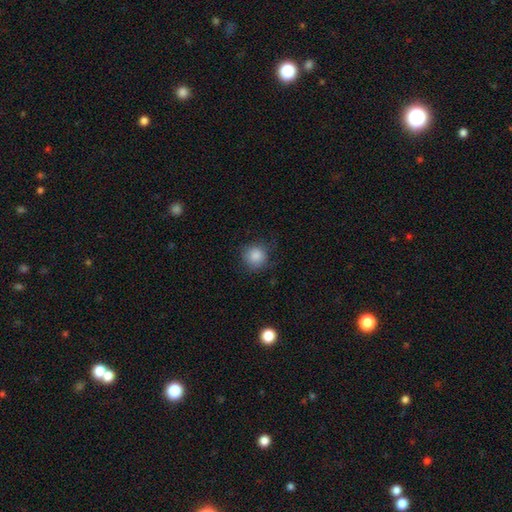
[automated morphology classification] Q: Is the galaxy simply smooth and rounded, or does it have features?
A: smooth — 87%.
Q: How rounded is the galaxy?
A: round — 92%.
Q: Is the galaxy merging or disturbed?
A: none — 79%.